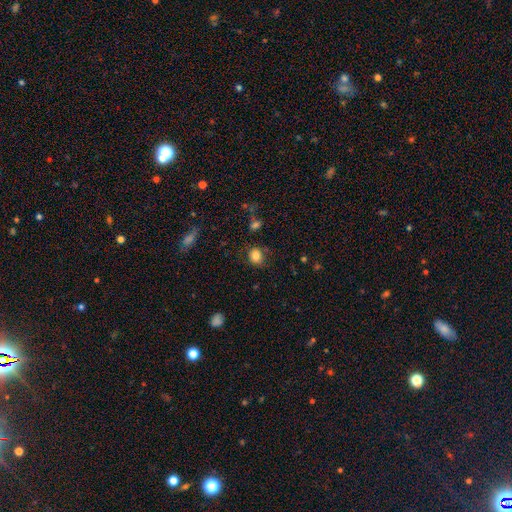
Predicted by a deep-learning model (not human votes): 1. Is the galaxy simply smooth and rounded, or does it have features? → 82% smooth, 11% star or artifact, 8% featured or disk.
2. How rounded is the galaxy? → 60% round, 39% in between, 1% cigar-shaped.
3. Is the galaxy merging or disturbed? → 76% none, 16% minor disturbance, 5% major disturbance, 3% merger.